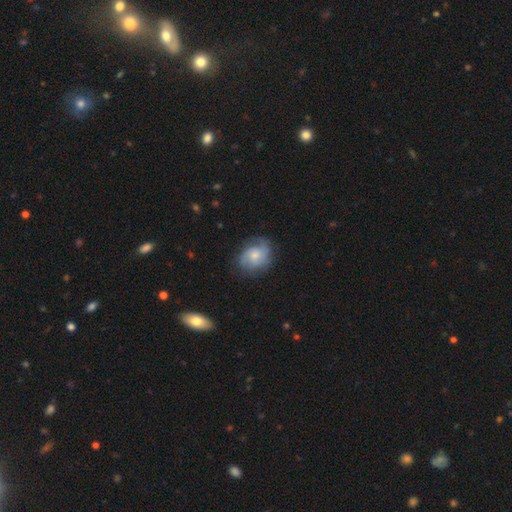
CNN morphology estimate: A featured or disk galaxy (58%) with no bar (74%), spiral arms (87%) and a small central bulge (48%). Merging: none (67%).